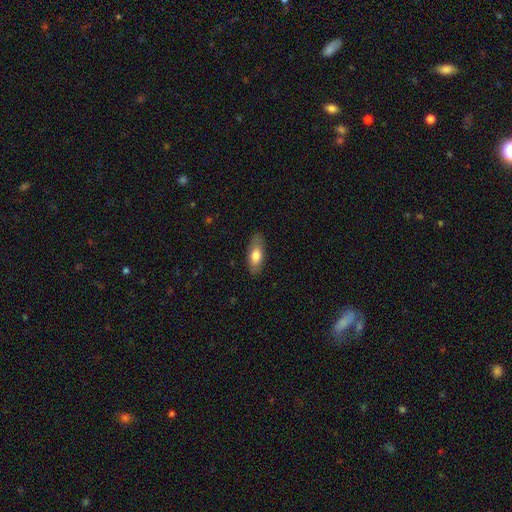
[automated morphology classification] Smooth or featured: smooth — 75% (featured or disk — 19%)
How rounded: in between — 81% (cigar-shaped — 16%)
Merging: none — 84% (minor disturbance — 12%)